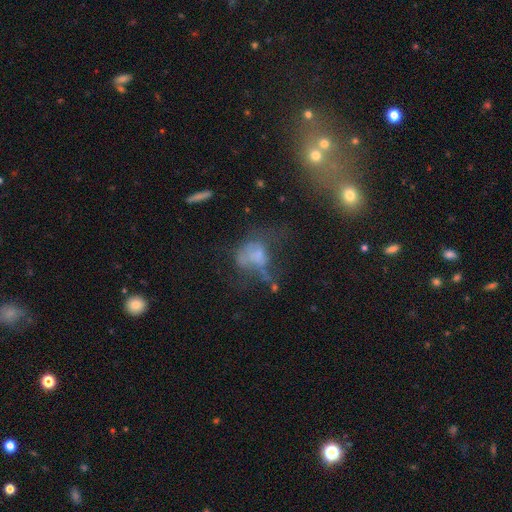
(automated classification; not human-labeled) Morphology: type=smooth (46%); merging=major disturbance (46%).